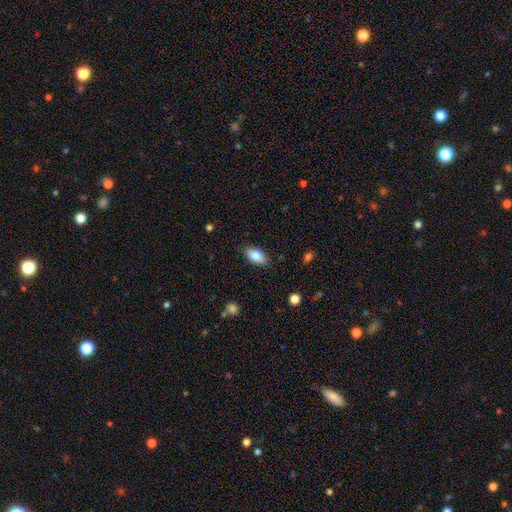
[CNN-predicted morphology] This is clearly a smooth galaxy (82%). How rounded: clearly in between (91%). Merging: clearly none (85%).